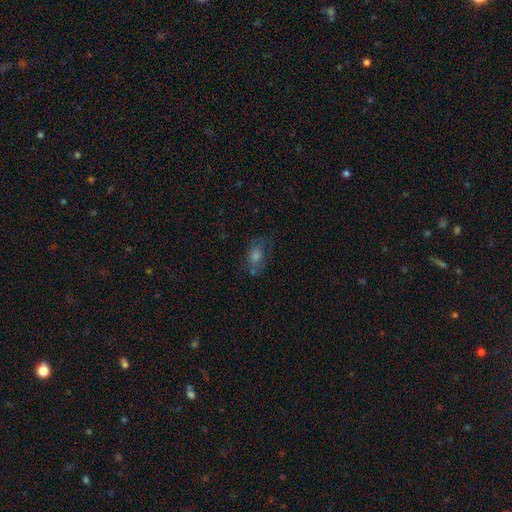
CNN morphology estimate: smooth-or-featured: smooth: 46% | featured or disk: 34% | star or artifact: 20%
  merging: none: 58% | minor disturbance: 22% | major disturbance: 14% | merger: 6%